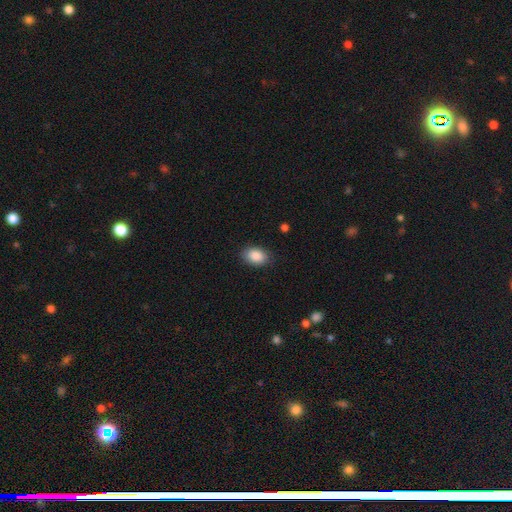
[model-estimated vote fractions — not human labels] This appears to be a smooth galaxy with no disk features (89%) that is in between round and cigar-shaped (85%). Merging: none (85%).